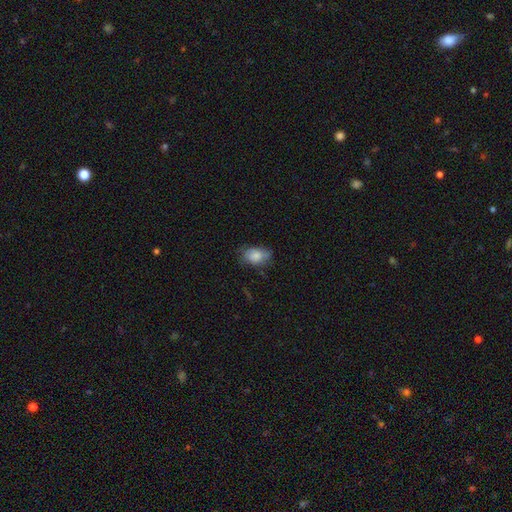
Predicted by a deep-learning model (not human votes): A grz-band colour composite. It shows a smooth galaxy with no disk features (78%) that is in between round and cigar-shaped (84%). Merging: none (57%).